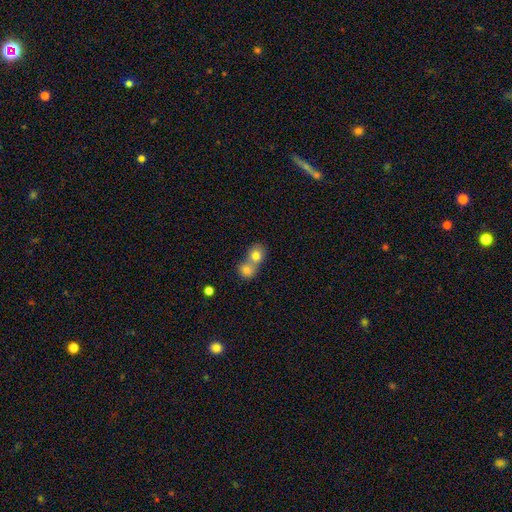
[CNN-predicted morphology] Overall: smooth (79%). How rounded: round (71%). Merging: merger (67%).